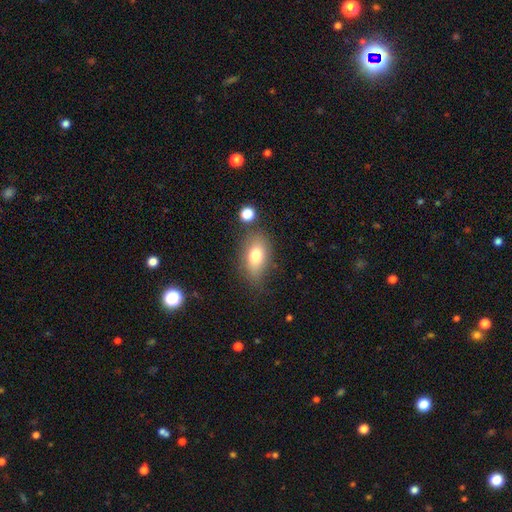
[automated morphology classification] smooth-or-featured: smooth: 74% | featured or disk: 17% | star or artifact: 9%
  how-rounded: in between: 85% | round: 11% | cigar-shaped: 4%
  merging: none: 66% | minor disturbance: 20% | merger: 7% | major disturbance: 7%